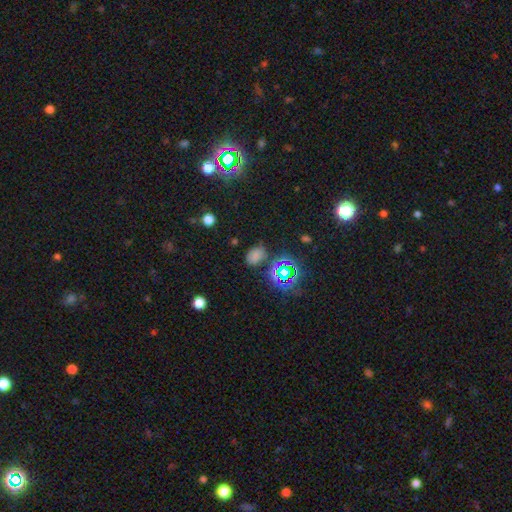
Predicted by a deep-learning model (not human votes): Smooth or featured?
  - smooth: 64% *
  - star or artifact: 29%
  - featured or disk: 7%
How rounded?
  - in between: 78% *
  - round: 20%
  - cigar-shaped: 1%
Merging?
  - none: 75% *
  - minor disturbance: 15%
  - major disturbance: 5%
  - merger: 5%